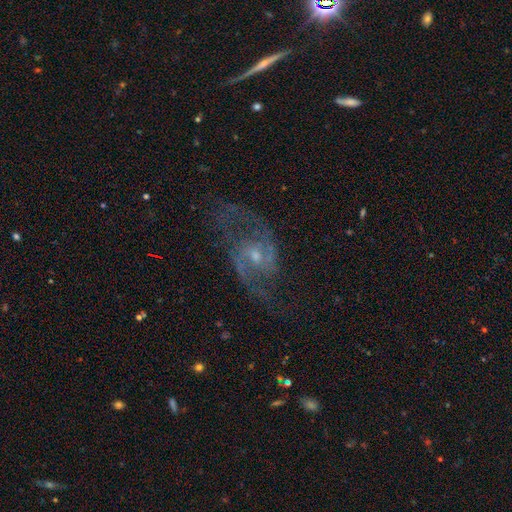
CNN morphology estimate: Smooth or featured?
  - featured or disk: 88% *
  - star or artifact: 6%
  - smooth: 6%
Edge-on disk?
  - no: 97% *
  - yes: 3%
Bar?
  - no: 48% *
  - weak: 44%
  - strong: 8%
Spiral arms?
  - yes: 95% *
  - no: 5%
Spiral winding?
  - medium: 50% *
  - loose: 37%
  - tight: 13%
Spiral arm count?
  - 2: 90% *
  - can't tell: 4%
  - 3: 2%
  - 1: 2%
  - 4: 1%
  - more than 4: 1%
Bulge size?
  - small: 50% *
  - moderate: 45%
  - none: 3%
  - large: 2%
  - dominant: 1%
Merging?
  - none: 70% *
  - minor disturbance: 16%
  - major disturbance: 12%
  - merger: 2%